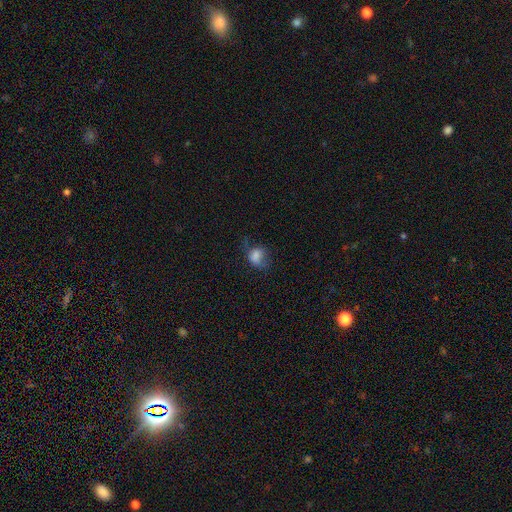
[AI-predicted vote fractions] Smooth or featured? smooth (74%)
How rounded? in between (56%)
Merging? none (35%)